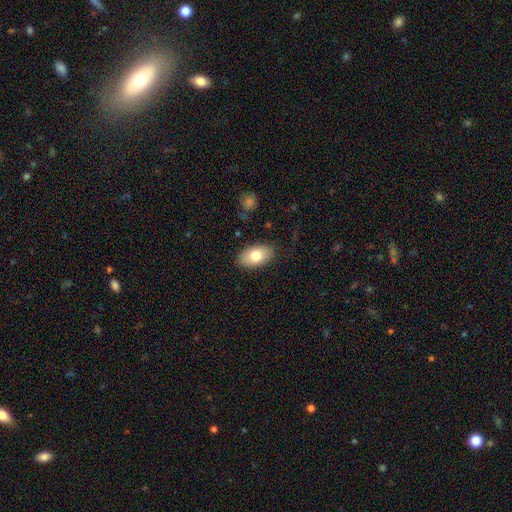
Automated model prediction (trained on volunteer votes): Overall: smooth (78%). How rounded: in between (93%). Merging: none (85%).